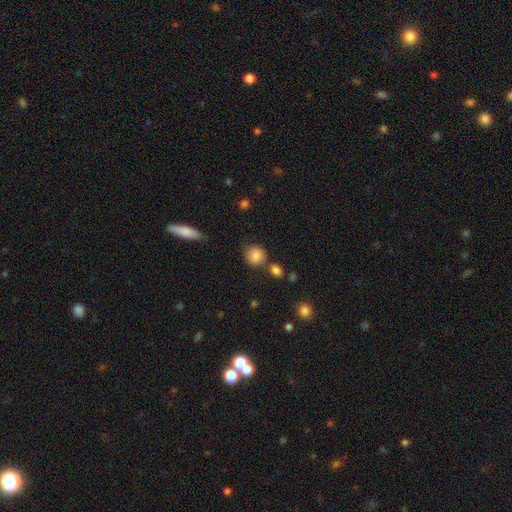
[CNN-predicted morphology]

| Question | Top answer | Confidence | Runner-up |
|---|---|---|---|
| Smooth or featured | smooth | 86% | star or artifact (9%) |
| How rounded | round | 83% | in between (16%) |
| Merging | none | 72% | minor disturbance (12%) |